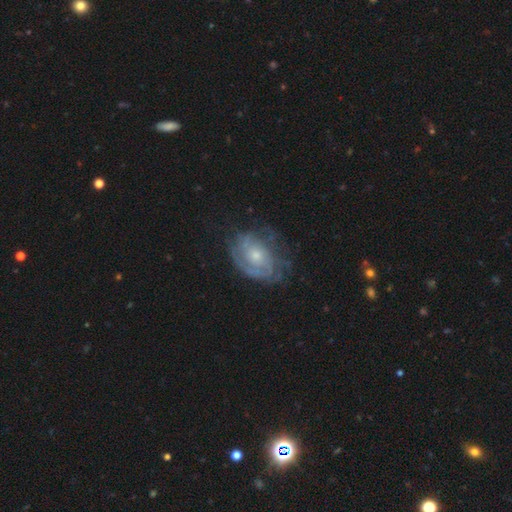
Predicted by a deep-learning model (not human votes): A featured or disk galaxy (73%) with no bar (79%), tight (62%) spiral arms (82%) and a small central bulge (50%). Merging: none (62%).